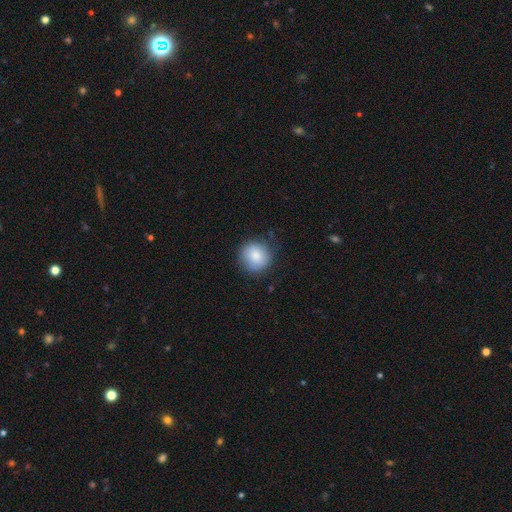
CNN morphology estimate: Smooth or featured? smooth (86%)
How rounded? round (91%)
Merging? none (80%)